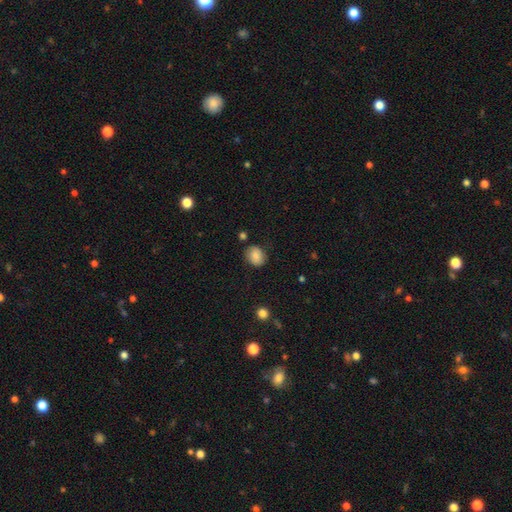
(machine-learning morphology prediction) Smooth or featured: smooth — 81% (featured or disk — 11%)
How rounded: round — 53% (in between — 46%)
Merging: none — 77% (minor disturbance — 16%)